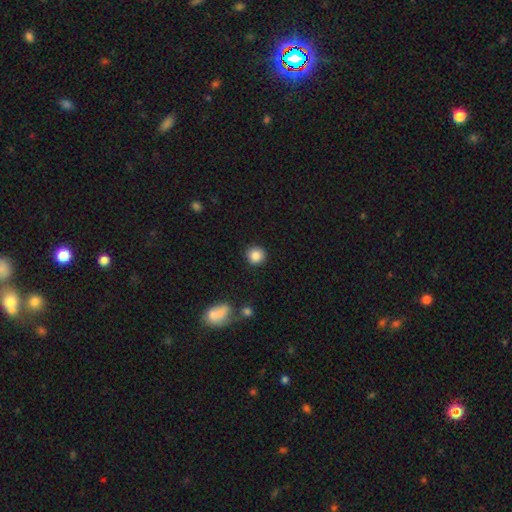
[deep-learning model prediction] smooth 86%, star or artifact 10%, featured or disk 4%. Down the decision tree: how rounded — round (93%); merging — none (90%).